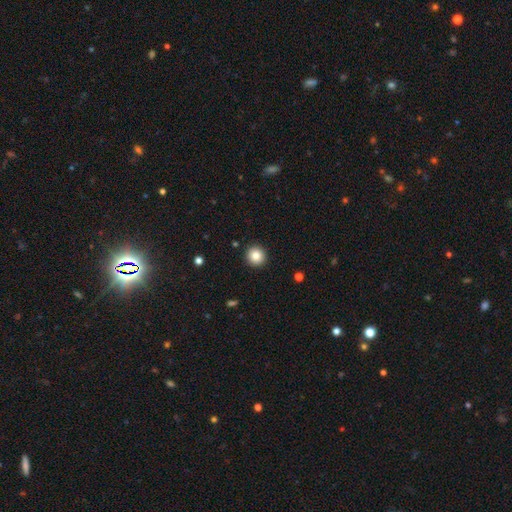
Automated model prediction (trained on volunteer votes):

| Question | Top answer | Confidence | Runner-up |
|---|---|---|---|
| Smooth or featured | smooth | 83% | star or artifact (10%) |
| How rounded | round | 95% | in between (4%) |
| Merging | none | 93% | minor disturbance (5%) |